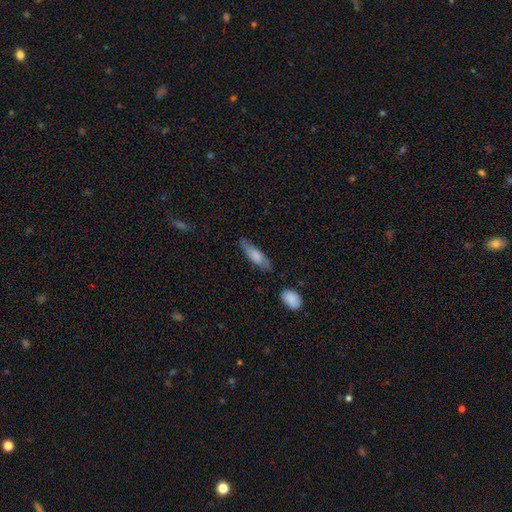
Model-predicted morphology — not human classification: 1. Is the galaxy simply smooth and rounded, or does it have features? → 74% smooth, 20% featured or disk, 6% star or artifact.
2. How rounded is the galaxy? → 55% cigar-shaped, 43% in between, 2% round.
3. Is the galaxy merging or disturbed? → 69% none, 23% minor disturbance, 5% major disturbance, 4% merger.